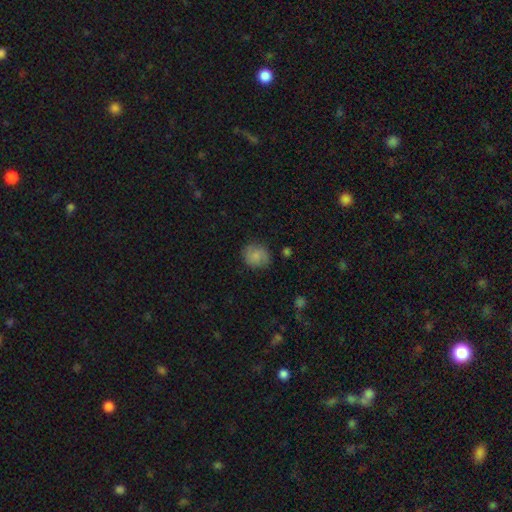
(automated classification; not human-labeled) A smooth galaxy with no disk features (80%) that is round (79%).

Vote fractions:
- Smooth or featured? smooth: 80% / featured or disk: 12% / star or artifact: 8%
- How rounded? round: 79% / in between: 20% / cigar-shaped: 1%
- Merging? none: 78% / minor disturbance: 17% / major disturbance: 4% / merger: 1%